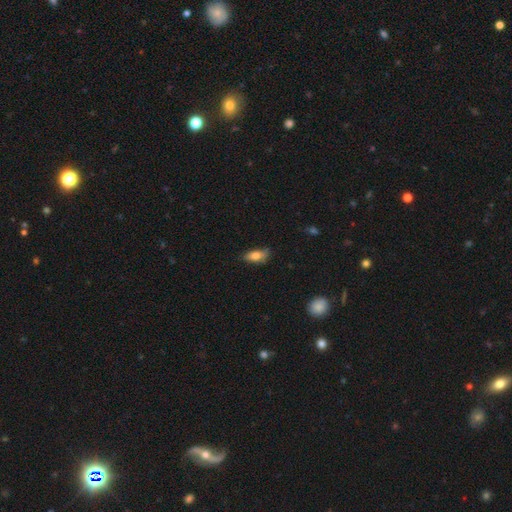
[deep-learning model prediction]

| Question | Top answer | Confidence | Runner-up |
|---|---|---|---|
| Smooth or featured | smooth | 77% | featured or disk (15%) |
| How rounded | in between | 83% | cigar-shaped (13%) |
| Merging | none | 63% | minor disturbance (30%) |